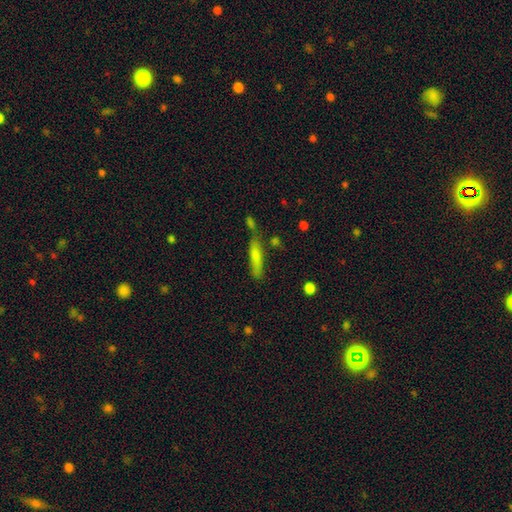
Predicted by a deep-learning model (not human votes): smooth 67%, featured or disk 24%, star or artifact 9%. Down the decision tree: how rounded — cigar-shaped (85%); merging — none (66%).